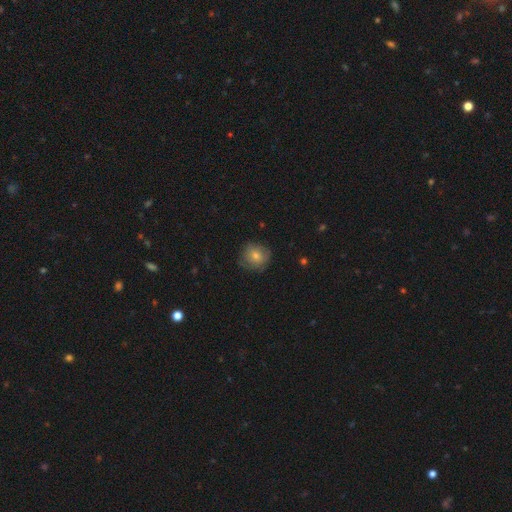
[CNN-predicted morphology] smooth-or-featured: smooth: 64% | featured or disk: 24% | star or artifact: 13%
  how-rounded: round: 87% | in between: 12% | cigar-shaped: 1%
  merging: none: 77% | minor disturbance: 17% | major disturbance: 5% | merger: 1%